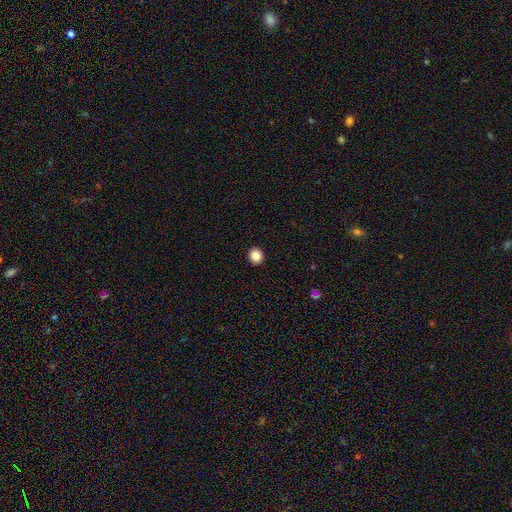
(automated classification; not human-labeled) smooth 86%, star or artifact 10%, featured or disk 4%. Down the decision tree: how rounded — round (89%); merging — none (94%).